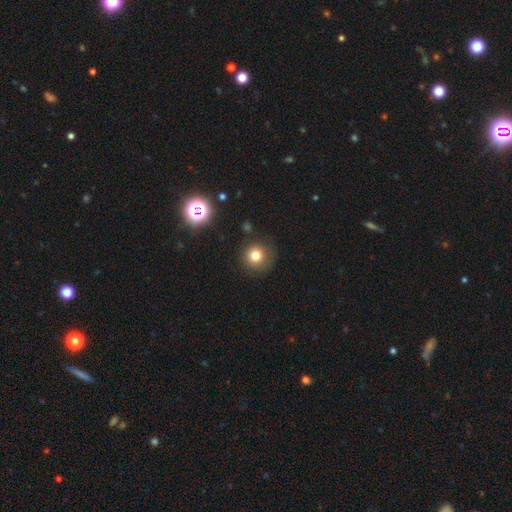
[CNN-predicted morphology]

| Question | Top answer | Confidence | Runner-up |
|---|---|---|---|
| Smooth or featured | smooth | 77% | star or artifact (15%) |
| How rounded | round | 94% | in between (5%) |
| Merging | none | 85% | minor disturbance (9%) |